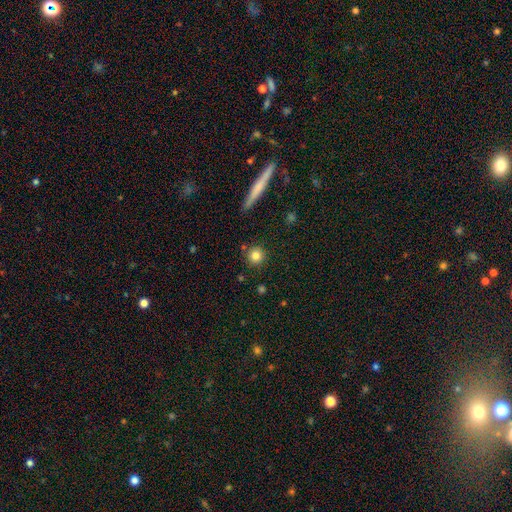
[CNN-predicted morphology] smooth 83%, star or artifact 10%, featured or disk 8%. Down the decision tree: how rounded — round (93%); merging — none (86%).